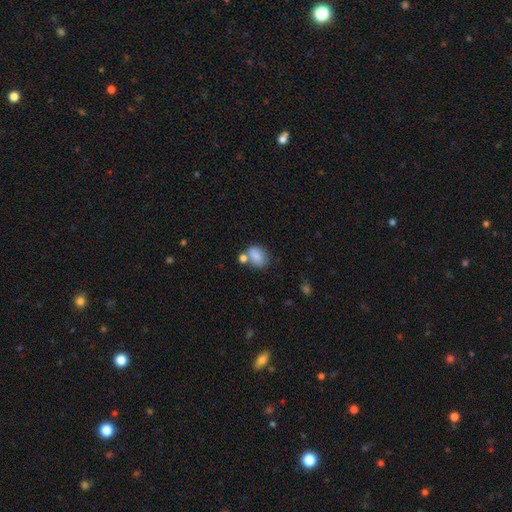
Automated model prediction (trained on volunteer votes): smooth 82%, featured or disk 9%, star or artifact 8%. Down the decision tree: how rounded — in between (66%); merging — none (51%).